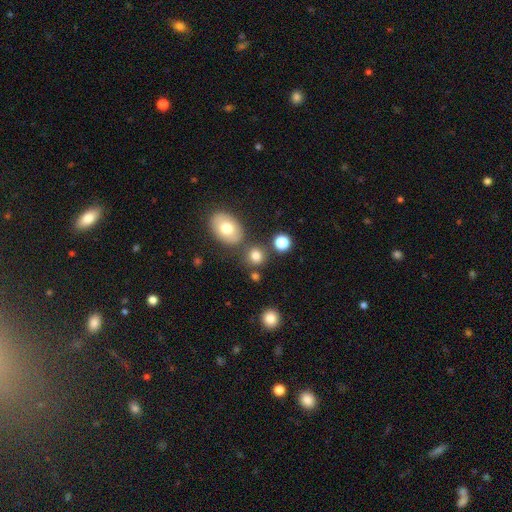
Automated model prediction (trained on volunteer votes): Smooth or featured?
  - smooth: 79% *
  - star or artifact: 12%
  - featured or disk: 8%
How rounded?
  - round: 76% *
  - in between: 23%
  - cigar-shaped: 1%
Merging?
  - none: 74% *
  - merger: 12%
  - minor disturbance: 11%
  - major disturbance: 4%